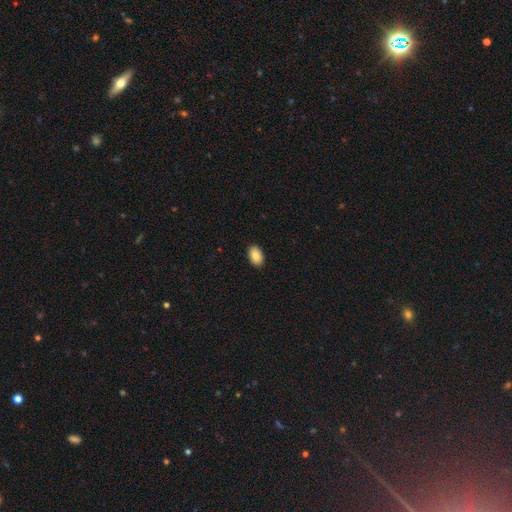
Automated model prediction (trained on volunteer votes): This is clearly a smooth galaxy (87%). How rounded: clearly in between (90%). Merging: clearly none (90%).